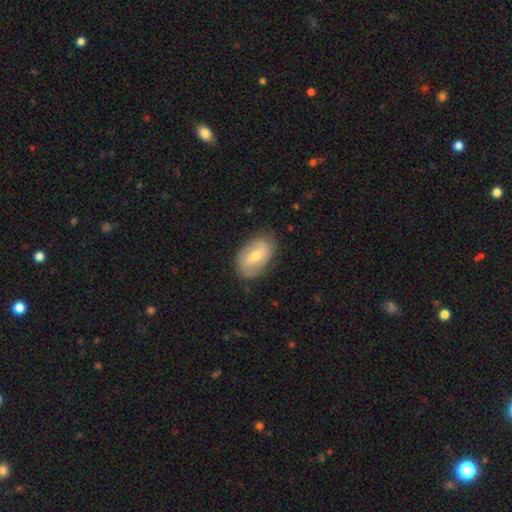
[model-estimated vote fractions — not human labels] Smooth or featured?
  - featured or disk: 47% *
  - smooth: 46%
  - star or artifact: 7%
Merging?
  - none: 79% *
  - minor disturbance: 16%
  - major disturbance: 4%
  - merger: 1%